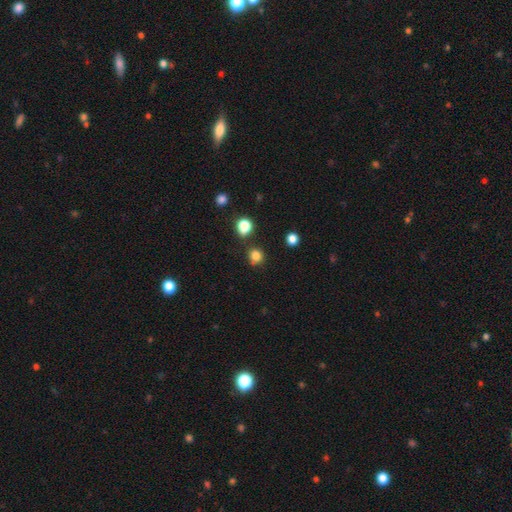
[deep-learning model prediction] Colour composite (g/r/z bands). It shows a smooth galaxy with no disk features (80%) that is round (87%). Merging: none (78%).